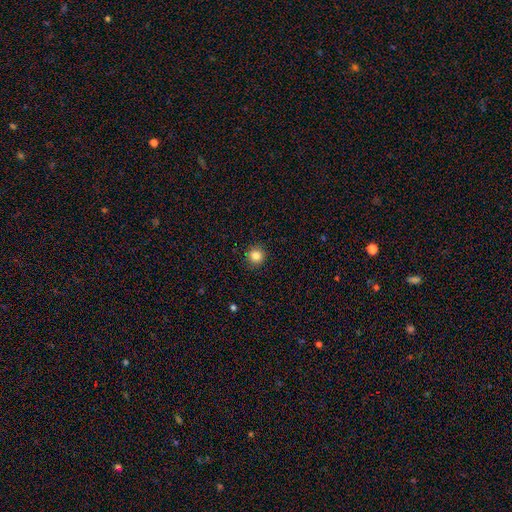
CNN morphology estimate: Overall: smooth (85%). How rounded: round (92%). Merging: none (91%).